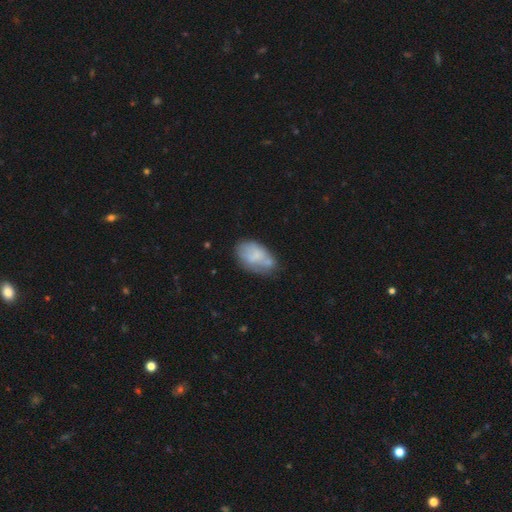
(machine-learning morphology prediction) Q: Smooth or featured?
A: smooth (61%); runner-up: featured or disk (31%)
Q: How rounded?
A: in between (92%); runner-up: round (7%)
Q: Merging?
A: none (43%); runner-up: minor disturbance (31%)